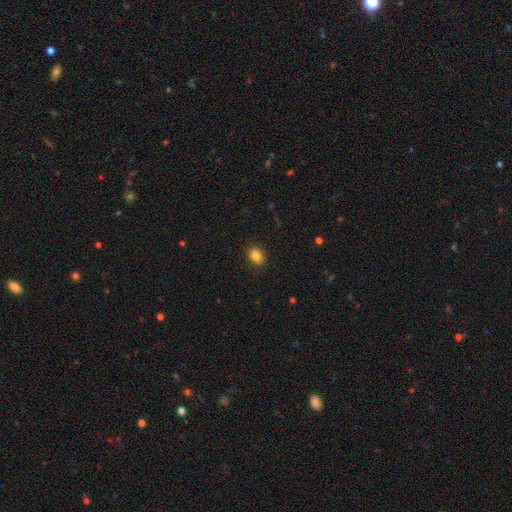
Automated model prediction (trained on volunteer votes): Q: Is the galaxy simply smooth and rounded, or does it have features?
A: smooth — 84%.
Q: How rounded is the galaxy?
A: in between — 62%.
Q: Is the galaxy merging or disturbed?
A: none — 89%.